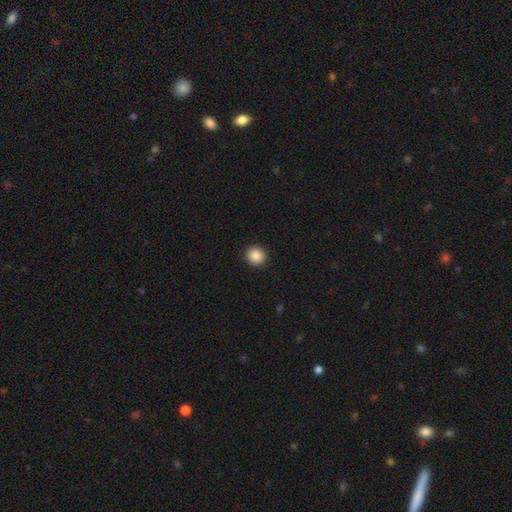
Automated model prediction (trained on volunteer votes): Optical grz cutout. It shows a smooth galaxy with no disk features (88%) that is round (91%). Merging: none (93%).